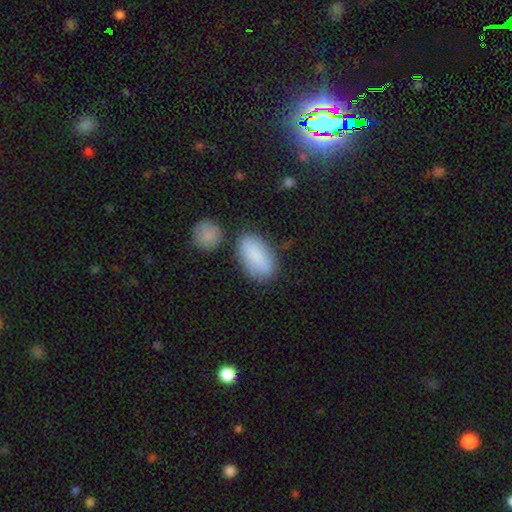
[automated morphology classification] A smooth galaxy with no disk features (83%) that is in between round and cigar-shaped (91%).

Vote fractions:
- Smooth or featured? smooth: 83% / featured or disk: 11% / star or artifact: 7%
- How rounded? in between: 91% / cigar-shaped: 5% / round: 4%
- Merging? none: 66% / minor disturbance: 19% / merger: 10% / major disturbance: 6%